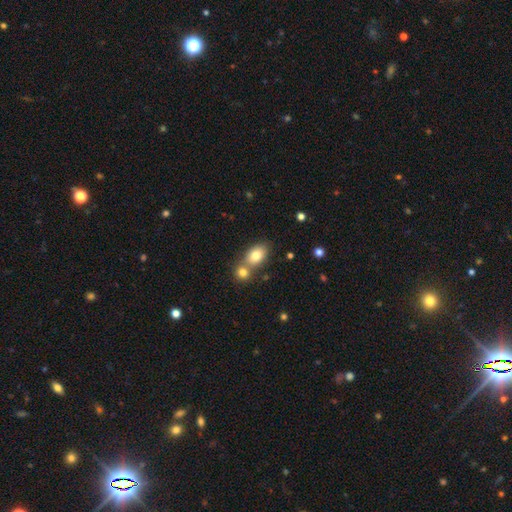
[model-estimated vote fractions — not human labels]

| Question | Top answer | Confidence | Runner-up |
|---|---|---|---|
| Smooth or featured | smooth | 79% | featured or disk (12%) |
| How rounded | in between | 81% | round (17%) |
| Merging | none | 46% | merger (42%) |